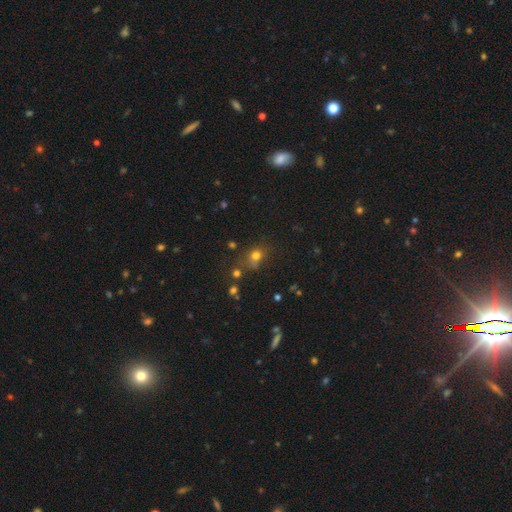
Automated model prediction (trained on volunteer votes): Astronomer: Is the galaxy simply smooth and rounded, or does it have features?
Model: smooth — 69%.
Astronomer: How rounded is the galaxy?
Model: round — 64%.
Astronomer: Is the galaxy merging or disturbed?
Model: none — 61%.